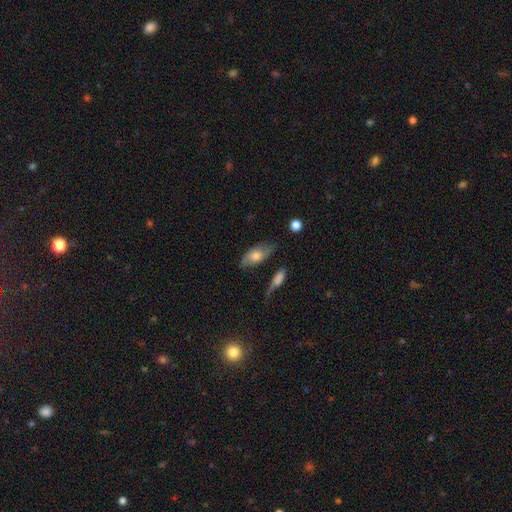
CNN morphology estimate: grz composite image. It shows a smooth galaxy with no disk features (60%) that is in between round and cigar-shaped (87%). Merging: none (61%).